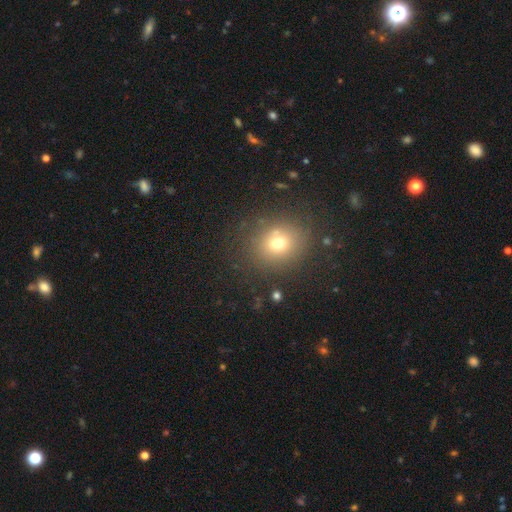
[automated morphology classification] Smooth or featured?
  - smooth: 64% *
  - star or artifact: 28%
  - featured or disk: 8%
How rounded?
  - round: 82% *
  - in between: 17%
  - cigar-shaped: 1%
Merging?
  - none: 90% *
  - minor disturbance: 6%
  - major disturbance: 2%
  - merger: 1%